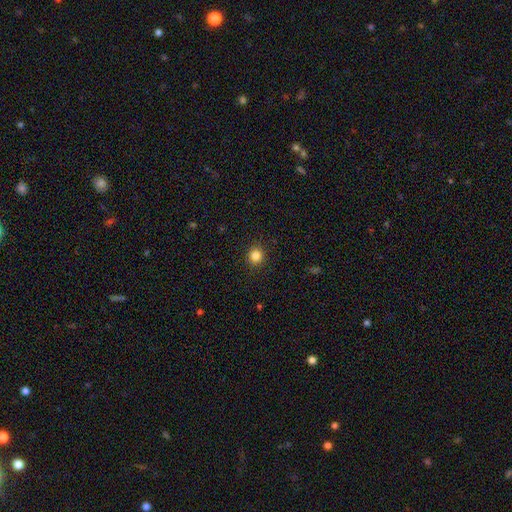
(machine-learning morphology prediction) smooth 84%, star or artifact 12%, featured or disk 4%. Down the decision tree: how rounded — round (89%); merging — none (91%).